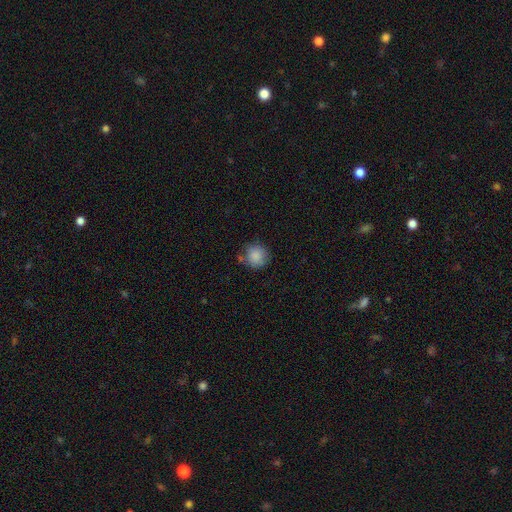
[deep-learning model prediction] This is clearly a smooth galaxy (87%). How rounded: clearly round (91%). Merging: likely none (72%).